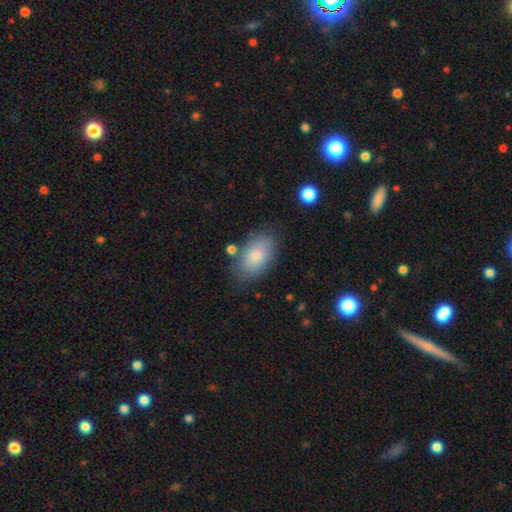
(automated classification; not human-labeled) Overall: smooth (82%). How rounded: in between (93%). Merging: none (73%).